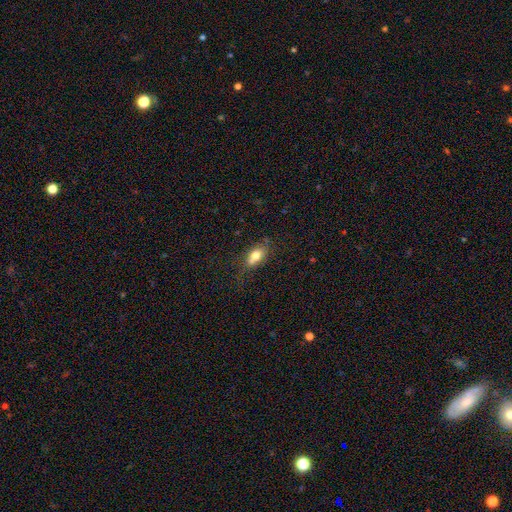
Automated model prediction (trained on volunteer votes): smooth_or_featured: smooth (p=0.74) [alt: featured or disk p=0.17]
how_rounded: in between (p=0.82) [alt: round p=0.12]
merging: none (p=0.57) [alt: minor disturbance p=0.24]